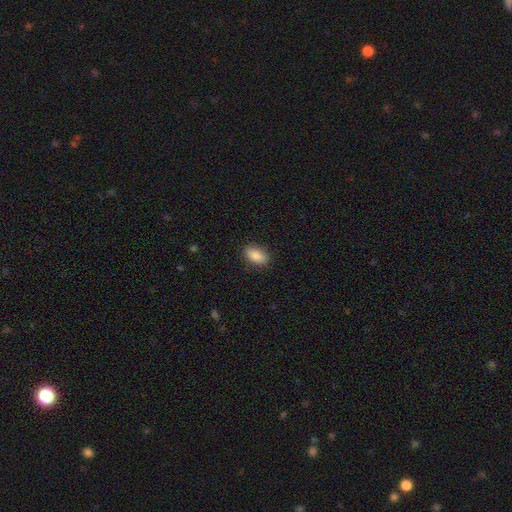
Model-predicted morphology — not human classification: This appears to be a smooth galaxy with no disk features (83%) that is in between round and cigar-shaped (88%). Merging: none (85%).